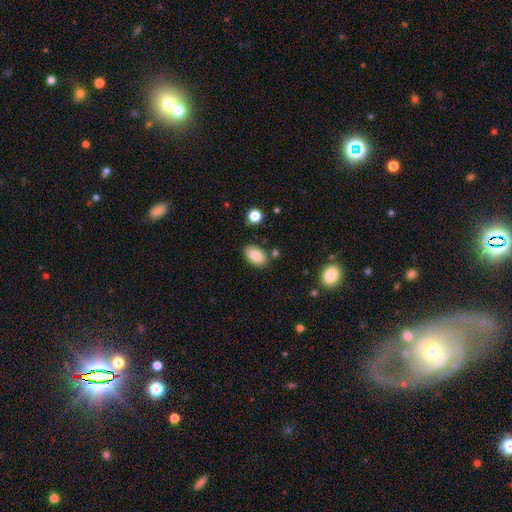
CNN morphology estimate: Smooth or featured?
  - smooth: 86% *
  - star or artifact: 8%
  - featured or disk: 6%
How rounded?
  - in between: 92% *
  - round: 6%
  - cigar-shaped: 1%
Merging?
  - none: 82% *
  - minor disturbance: 11%
  - merger: 4%
  - major disturbance: 3%